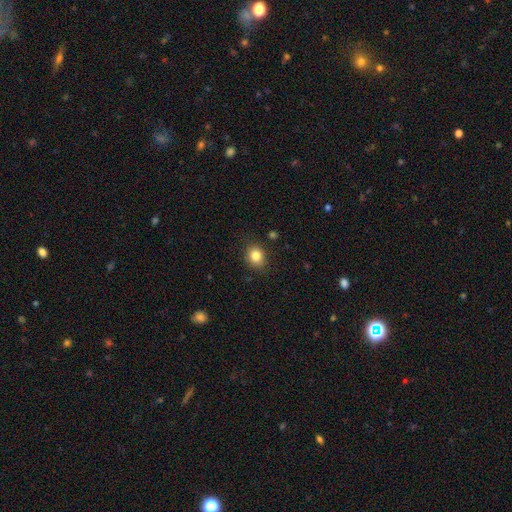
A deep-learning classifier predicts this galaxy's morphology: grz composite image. It shows a smooth galaxy with no disk features (83%) that is round (59%). Merging: none (85%).